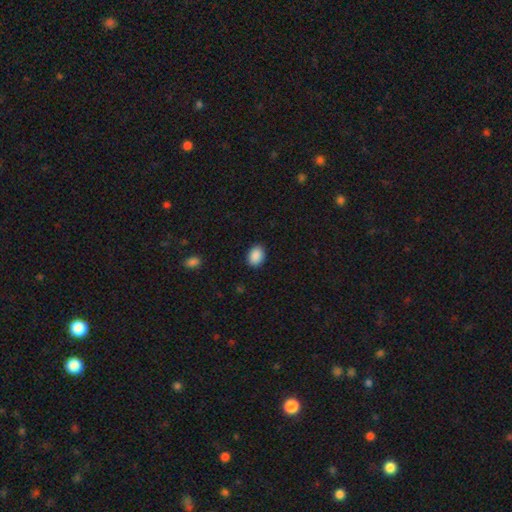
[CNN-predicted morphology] The model was most divided on "how rounded": in between: 74%, round: 25%, cigar-shaped: 1%. More confident: smooth or featured — smooth (90%); merging — none (89%).